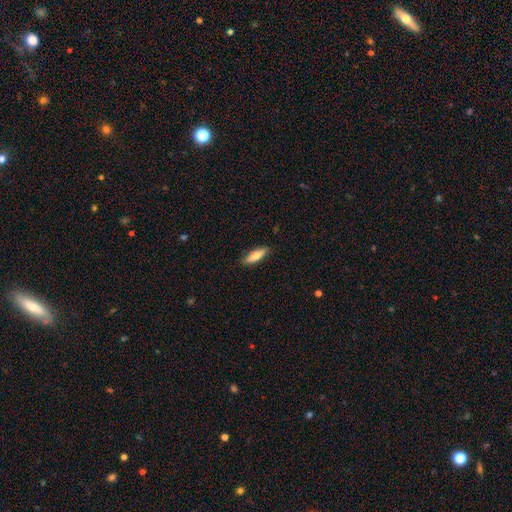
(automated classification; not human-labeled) A smooth galaxy with no disk features (69%) that is in between round and cigar-shaped (51%).

Vote fractions:
- Smooth or featured? smooth: 69% / featured or disk: 25% / star or artifact: 6%
- How rounded? in between: 51% / cigar-shaped: 47% / round: 2%
- Merging? none: 86% / minor disturbance: 11% / major disturbance: 2% / merger: 1%